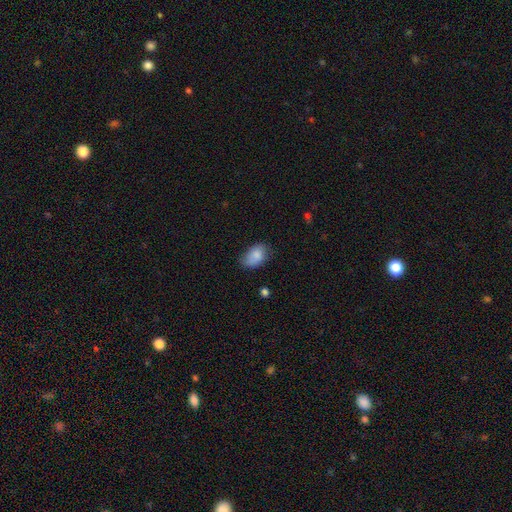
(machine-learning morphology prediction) A smooth galaxy with no disk features (83%) that is in between round and cigar-shaped (89%).

Vote fractions:
- Smooth or featured? smooth: 83% / featured or disk: 10% / star or artifact: 8%
- How rounded? in between: 89% / round: 10% / cigar-shaped: 1%
- Merging? none: 61% / minor disturbance: 31% / major disturbance: 7% / merger: 2%